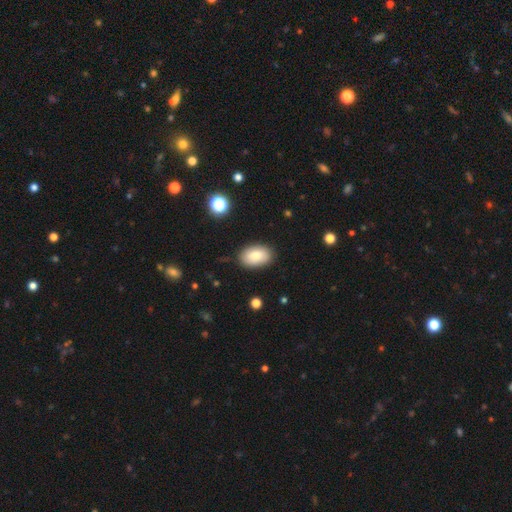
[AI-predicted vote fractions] Smooth or featured? smooth (80%)
How rounded? in between (91%)
Merging? none (85%)